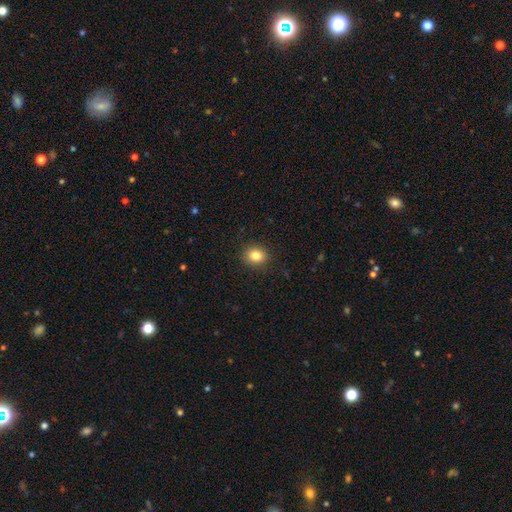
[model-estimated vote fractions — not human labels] A smooth galaxy with no disk features (84%) that is round (67%). Merging: none (89%).